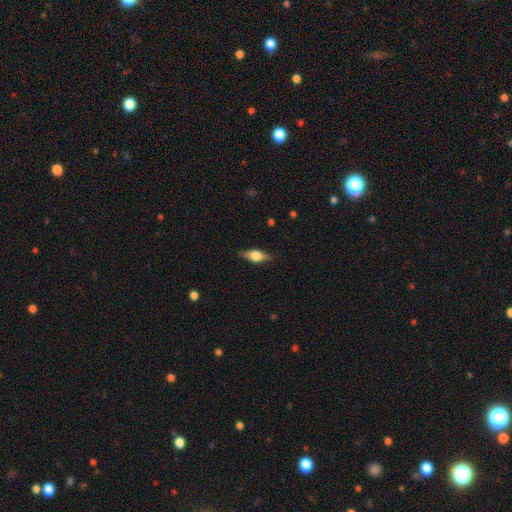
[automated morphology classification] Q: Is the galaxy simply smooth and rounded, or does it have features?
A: featured or disk — 49%.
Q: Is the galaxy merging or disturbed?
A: none — 84%.